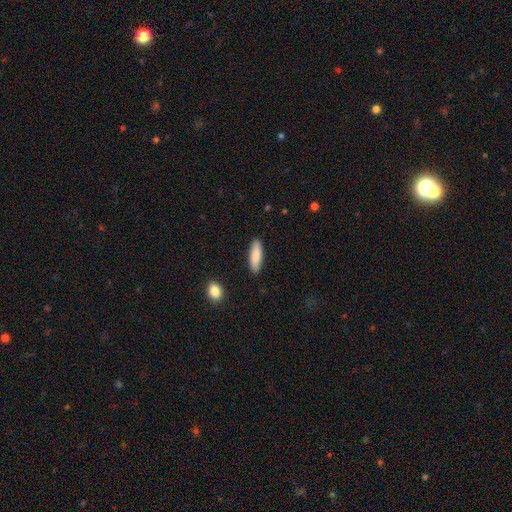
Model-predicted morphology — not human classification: Overall: smooth (85%). How rounded: in between (50%; cigar-shaped 48%). Merging: none (89%).